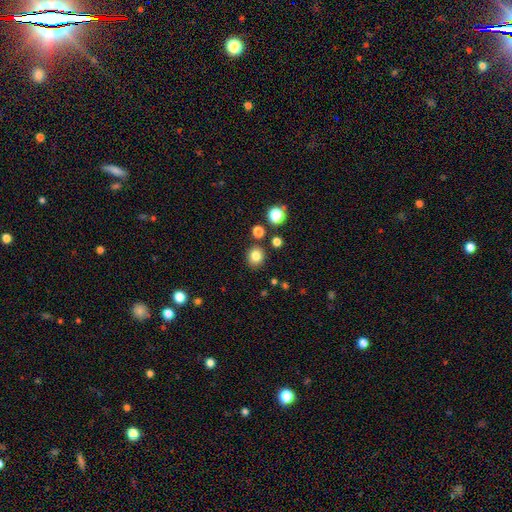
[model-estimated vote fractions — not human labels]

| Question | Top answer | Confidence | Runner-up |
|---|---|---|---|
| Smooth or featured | smooth | 81% | star or artifact (13%) |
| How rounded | round | 80% | in between (19%) |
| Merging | none | 85% | minor disturbance (8%) |